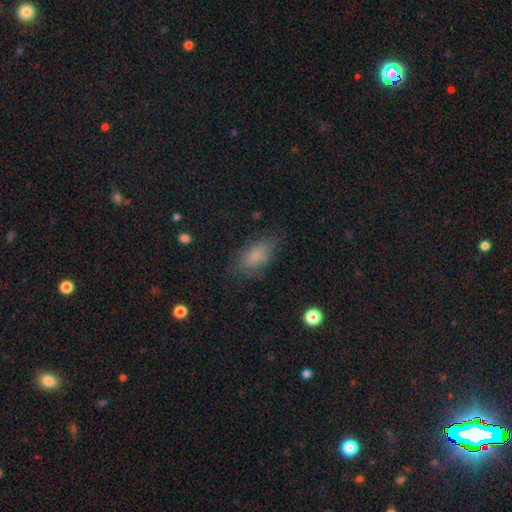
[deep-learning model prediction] Smooth or featured?
  - smooth: 80% *
  - star or artifact: 10%
  - featured or disk: 10%
How rounded?
  - in between: 87% *
  - cigar-shaped: 8%
  - round: 5%
Merging?
  - none: 73% *
  - minor disturbance: 19%
  - major disturbance: 7%
  - merger: 1%